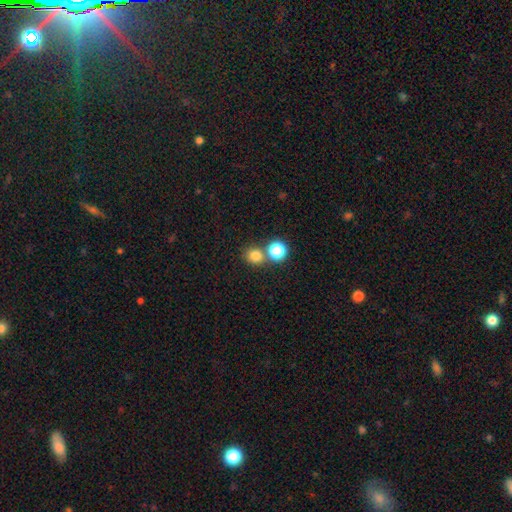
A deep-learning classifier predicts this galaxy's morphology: smooth-or-featured: smooth: 79% | star or artifact: 15% | featured or disk: 6%
  how-rounded: round: 82% | in between: 18% | cigar-shaped: 1%
  merging: none: 61% | merger: 29% | minor disturbance: 7% | major disturbance: 3%